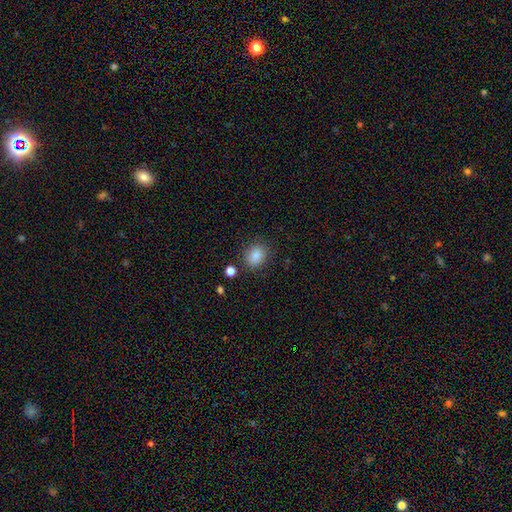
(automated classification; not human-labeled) This is clearly a smooth galaxy (86%). How rounded: possibly in between (57%). Merging: clearly none (81%).